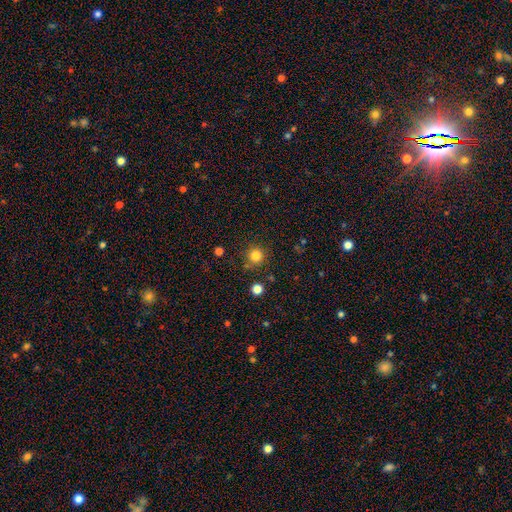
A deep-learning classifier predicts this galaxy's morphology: smooth 82%, star or artifact 13%, featured or disk 5%. Down the decision tree: how rounded — round (93%); merging — none (81%).